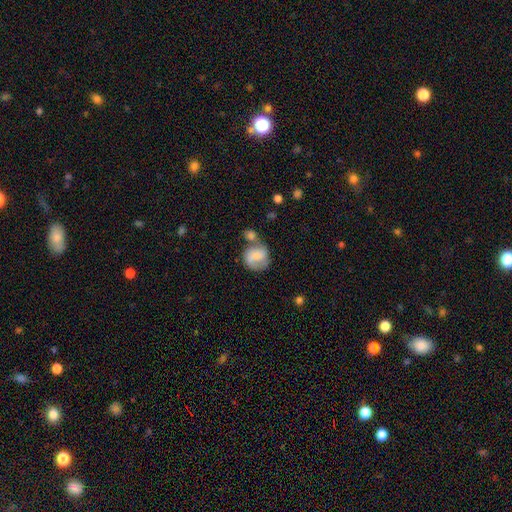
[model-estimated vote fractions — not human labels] Morphology: type=smooth (54%); roundness=round (74%); merging=none (39%).